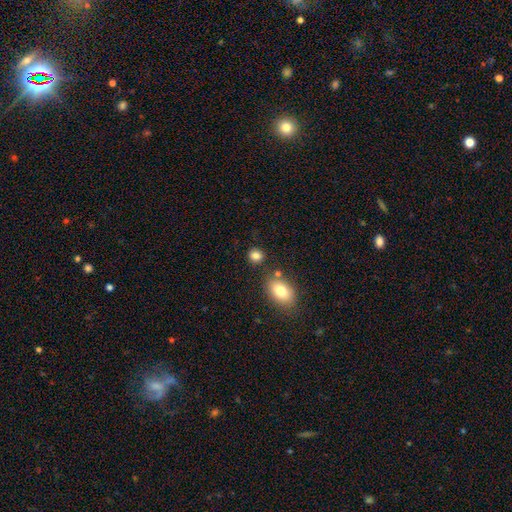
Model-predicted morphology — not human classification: Smooth or featured? Predicted: smooth (p=0.83). How rounded? Predicted: round (p=0.71). Merging? Predicted: none (p=0.79).